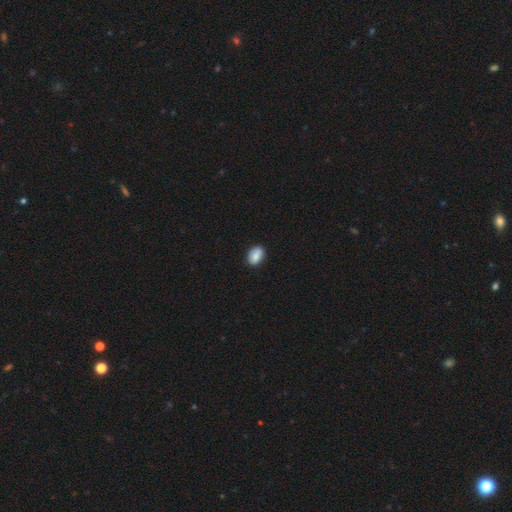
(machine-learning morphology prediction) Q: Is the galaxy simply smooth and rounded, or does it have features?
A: smooth — 82%.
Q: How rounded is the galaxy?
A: in between — 82%.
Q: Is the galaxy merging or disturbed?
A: none — 85%.